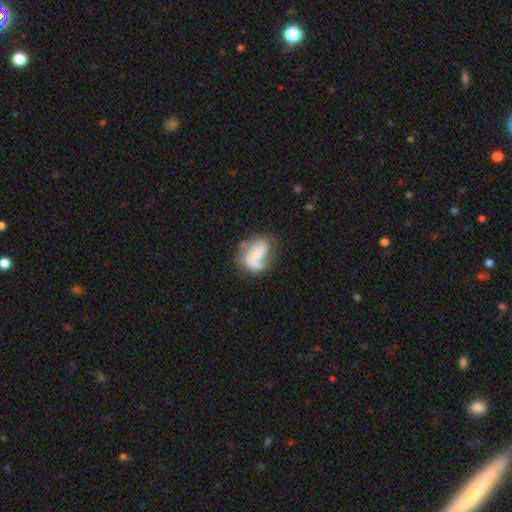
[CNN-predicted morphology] A featured or disk galaxy (57%) with no bar (58%), spiral arms (77%) and a small central bulge (46%).

Vote fractions:
- Smooth or featured? featured or disk: 57% / smooth: 35% / star or artifact: 7%
- Edge-on disk? no: 97% / yes: 3%
- Bar? no: 58% / weak: 32% / strong: 10%
- Spiral arms? yes: 77% / no: 23%
- Bulge size? small: 46% / moderate: 28% / none: 18% / large: 6% / dominant: 2%
- Merging? none: 44% / minor disturbance: 27% / major disturbance: 20% / merger: 9%